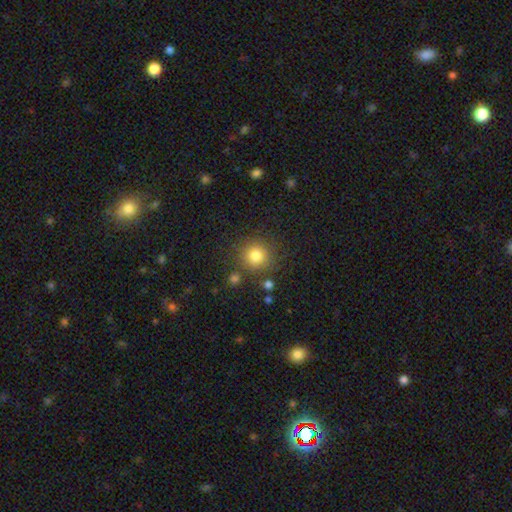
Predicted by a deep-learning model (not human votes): A smooth galaxy with no disk features (81%) that is round (92%).

Vote fractions:
- Smooth or featured? smooth: 81% / star or artifact: 12% / featured or disk: 7%
- How rounded? round: 92% / in between: 7% / cigar-shaped: 1%
- Merging? none: 83% / minor disturbance: 8% / merger: 5% / major disturbance: 3%